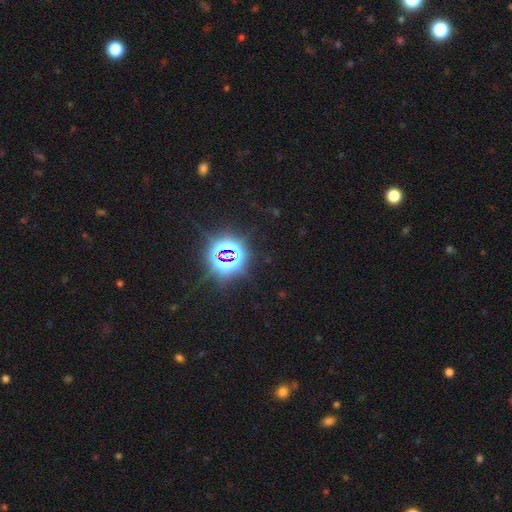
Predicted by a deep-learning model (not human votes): star or artifact 82%, smooth 11%, featured or disk 7%.